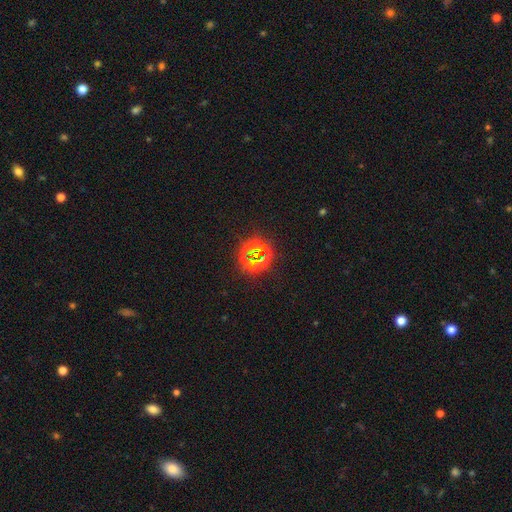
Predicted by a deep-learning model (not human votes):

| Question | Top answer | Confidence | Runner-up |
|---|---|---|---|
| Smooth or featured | star or artifact | 70% | smooth (20%) |